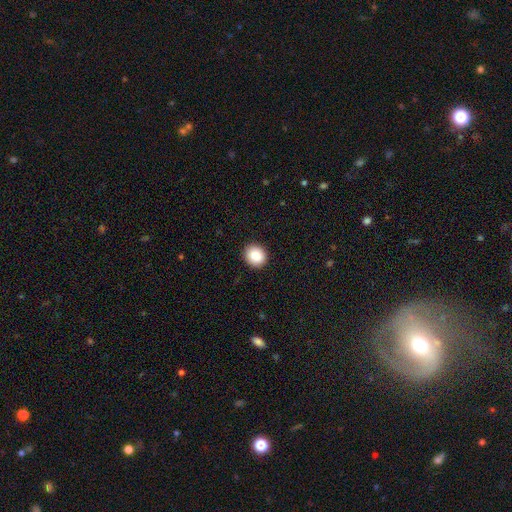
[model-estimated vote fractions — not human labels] Smooth or featured? Predicted: smooth (p=0.86). How rounded? Predicted: round (p=0.82). Merging? Predicted: none (p=0.92).